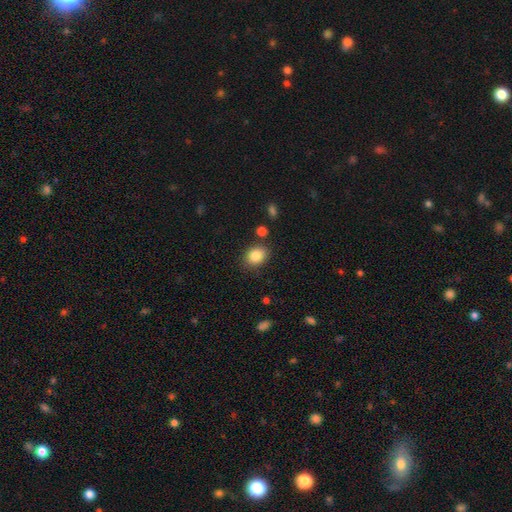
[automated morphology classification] The model was most divided on "how rounded": in between: 54%, round: 45%, cigar-shaped: 1%. More confident: smooth or featured — smooth (85%); merging — none (81%).